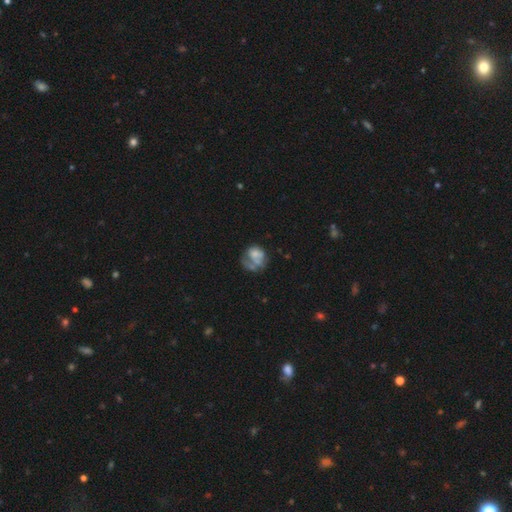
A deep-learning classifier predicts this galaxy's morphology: Smooth or featured?
  - smooth: 45% *
  - featured or disk: 44%
  - star or artifact: 11%
Merging?
  - major disturbance: 30% * (tied)
  - none: 30% * (tied)
  - merger: 20%
  - minor disturbance: 20%